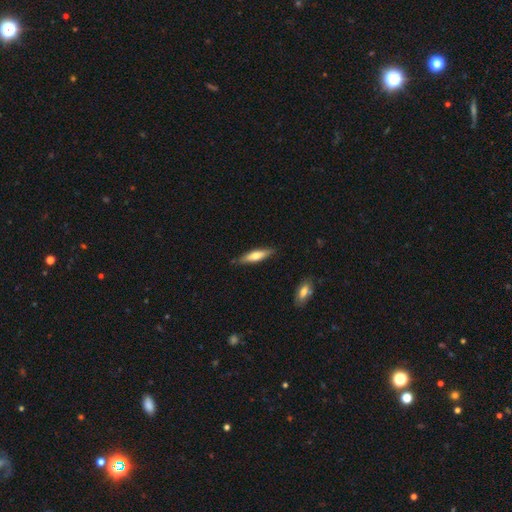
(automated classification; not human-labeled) Q: Smooth or featured?
A: smooth (61%); runner-up: featured or disk (33%)
Q: How rounded?
A: cigar-shaped (65%); runner-up: in between (33%)
Q: Merging?
A: none (84%); runner-up: minor disturbance (12%)